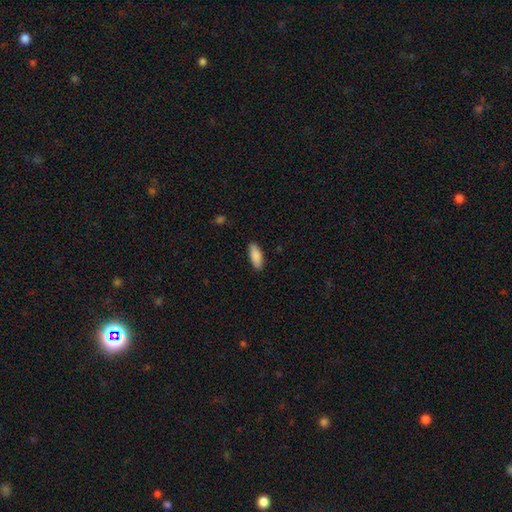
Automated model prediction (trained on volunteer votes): Q: Smooth or featured?
A: smooth (89%); runner-up: star or artifact (6%)
Q: How rounded?
A: in between (71%); runner-up: cigar-shaped (28%)
Q: Merging?
A: none (87%); runner-up: minor disturbance (10%)